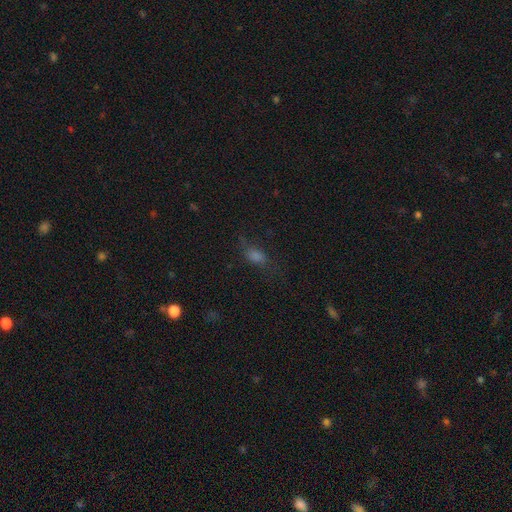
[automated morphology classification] smooth 58%, star or artifact 24%, featured or disk 18%. Down the decision tree: how rounded — in between (71%); merging — none (57%).